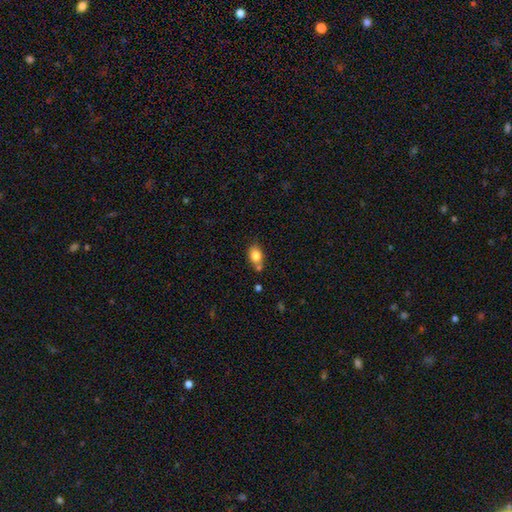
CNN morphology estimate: Smooth or featured? Predicted: smooth (p=0.81). How rounded? Predicted: in between (p=0.68). Merging? Predicted: none (p=0.55).